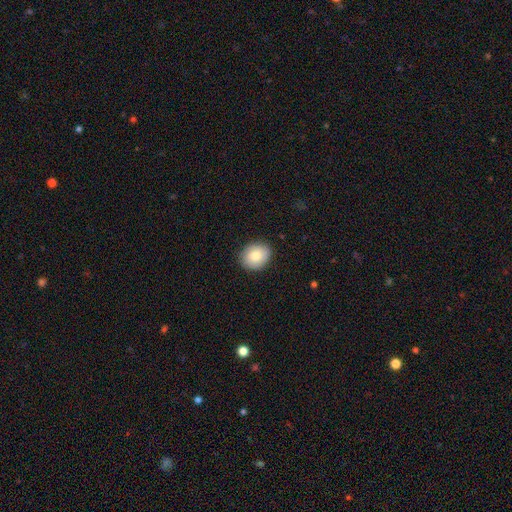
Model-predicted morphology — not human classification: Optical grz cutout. It shows a smooth galaxy with no disk features (81%) that is round (52%). Merging: none (87%).